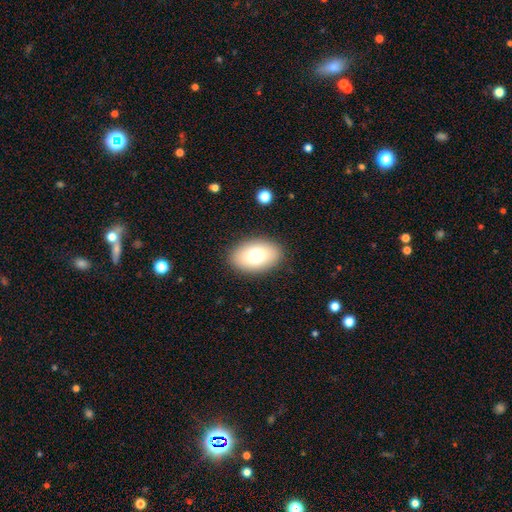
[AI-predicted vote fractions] smooth_or_featured: smooth (p=0.76) [alt: featured or disk p=0.16]
how_rounded: in between (p=0.89) [alt: round p=0.10]
merging: none (p=0.87) [alt: minor disturbance p=0.09]